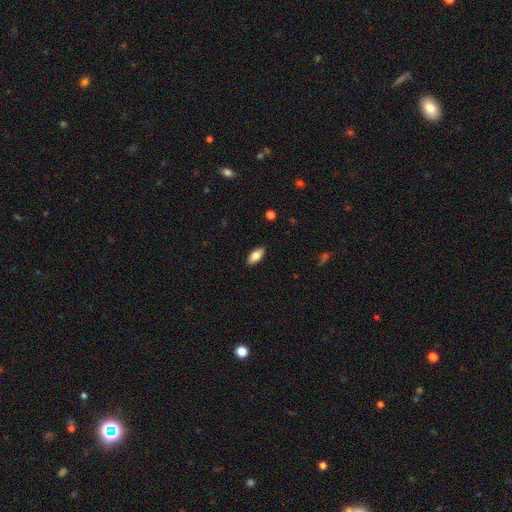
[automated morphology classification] This appears to be a smooth galaxy with no disk features (80%) that is in between round and cigar-shaped (88%). Merging: none (89%).